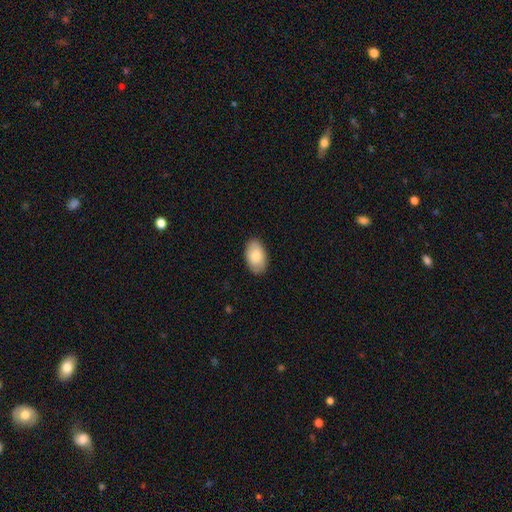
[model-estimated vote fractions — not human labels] smooth_or_featured: smooth (p=0.83) [alt: featured or disk p=0.10]
how_rounded: in between (p=0.93) [alt: round p=0.05]
merging: none (p=0.86) [alt: minor disturbance p=0.11]